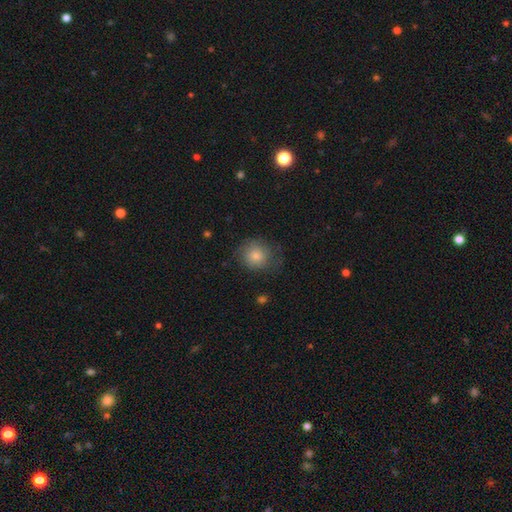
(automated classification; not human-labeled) Q: Smooth or featured?
A: smooth (76%); runner-up: featured or disk (13%)
Q: How rounded?
A: round (84%); runner-up: in between (15%)
Q: Merging?
A: none (67%); runner-up: minor disturbance (22%)